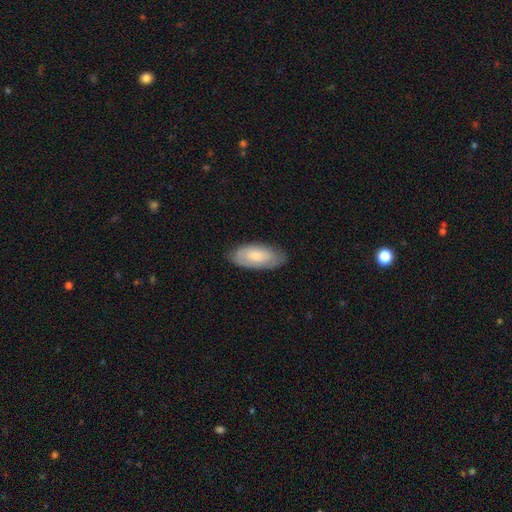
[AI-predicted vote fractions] The model was most divided on "smooth or featured": smooth: 72%, featured or disk: 22%, star or artifact: 6%. More confident: how rounded — in between (90%); merging — none (76%).